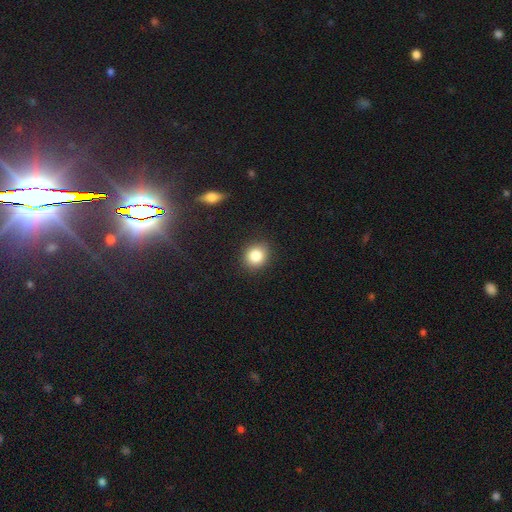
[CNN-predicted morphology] smooth 83%, star or artifact 10%, featured or disk 6%. Down the decision tree: how rounded — round (75%); merging — none (88%).